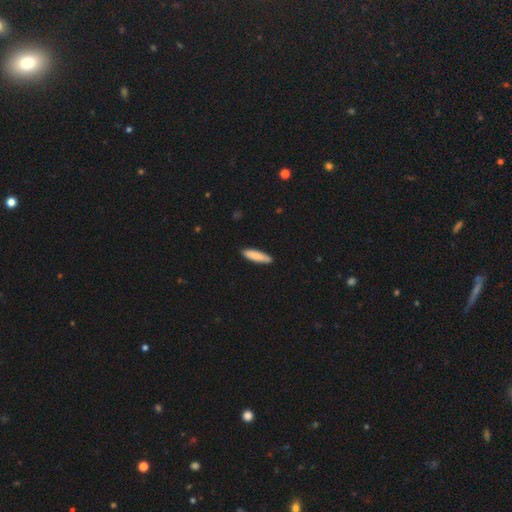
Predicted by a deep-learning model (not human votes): This is clearly a smooth galaxy (86%). How rounded: likely cigar-shaped (72%). Merging: clearly none (87%).